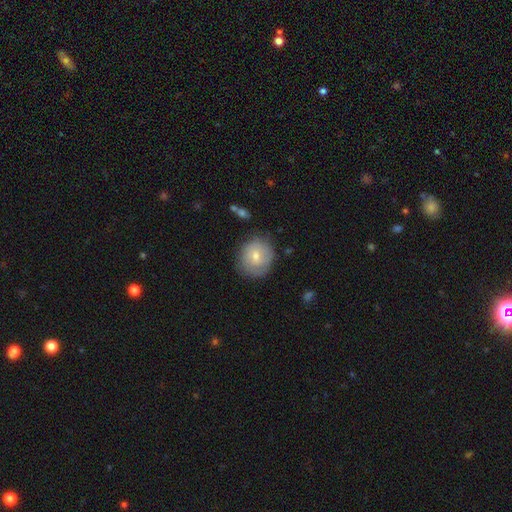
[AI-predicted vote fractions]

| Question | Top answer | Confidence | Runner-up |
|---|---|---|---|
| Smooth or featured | smooth | 58% | featured or disk (34%) |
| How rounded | round | 77% | in between (22%) |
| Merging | none | 78% | minor disturbance (17%) |